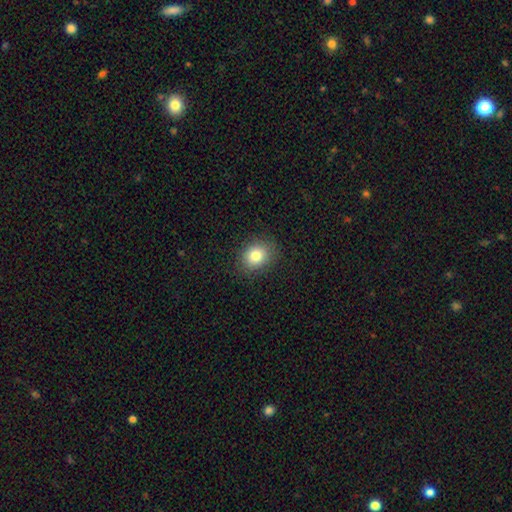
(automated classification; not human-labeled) smooth-or-featured: smooth: 82% | star or artifact: 11% | featured or disk: 8%
  how-rounded: round: 59% | in between: 40% | cigar-shaped: 1%
  merging: none: 87% | minor disturbance: 10% | major disturbance: 3% | merger: 1%